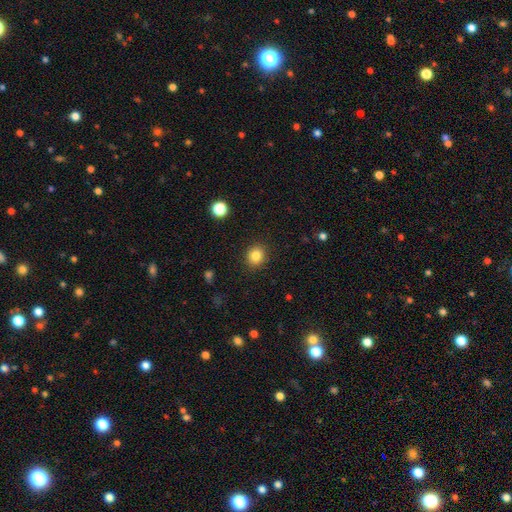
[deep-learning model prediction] Morphology: type=smooth (83%); roundness=round (77%); merging=none (90%).